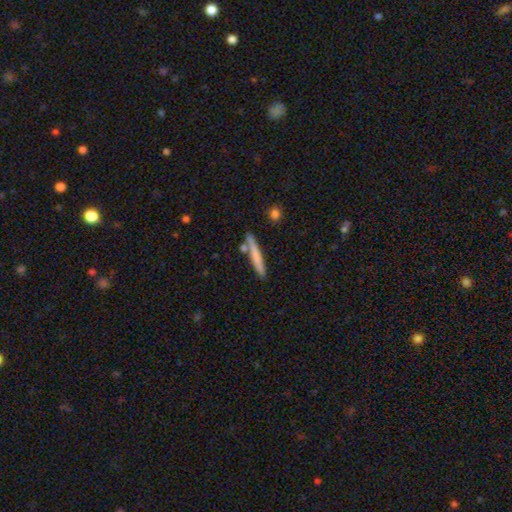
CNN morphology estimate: smooth 67%, featured or disk 27%, star or artifact 6%. Down the decision tree: how rounded — cigar-shaped (95%); merging — none (80%).